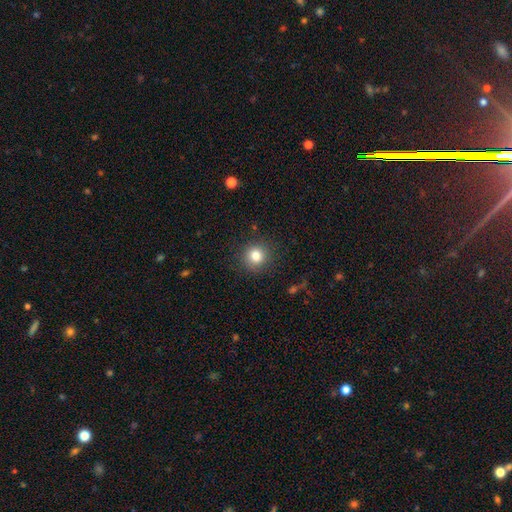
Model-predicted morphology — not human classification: smooth 82%, star or artifact 11%, featured or disk 7%. Down the decision tree: how rounded — round (90%); merging — none (87%).